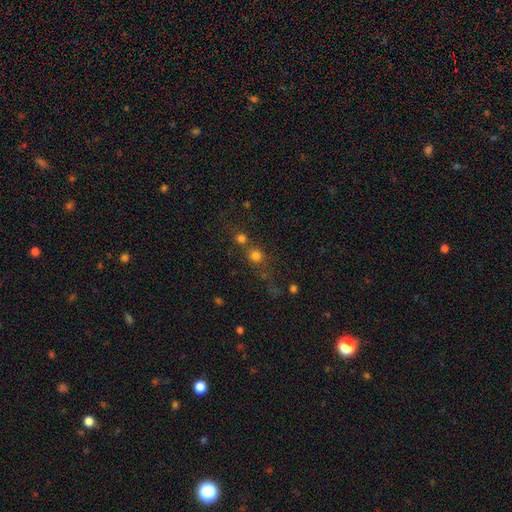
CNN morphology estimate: The model was most divided on "merging": none: 50%, merger: 36%, minor disturbance: 8%, major disturbance: 6%. More confident: how rounded — round (88%); smooth or featured — smooth (71%).